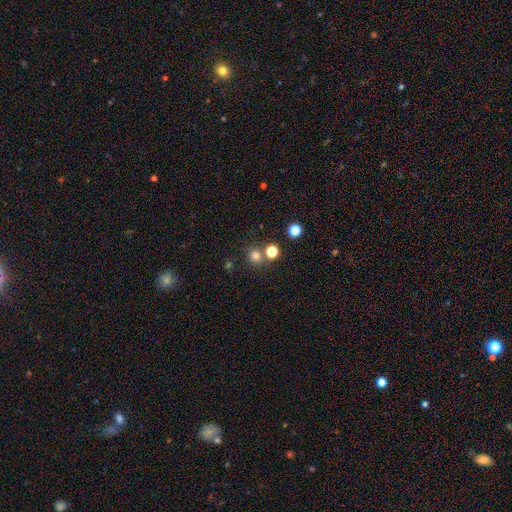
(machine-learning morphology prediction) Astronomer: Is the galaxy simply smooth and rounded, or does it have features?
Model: smooth — 75%.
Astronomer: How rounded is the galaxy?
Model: round — 90%.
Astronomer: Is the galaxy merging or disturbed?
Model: none — 74%.